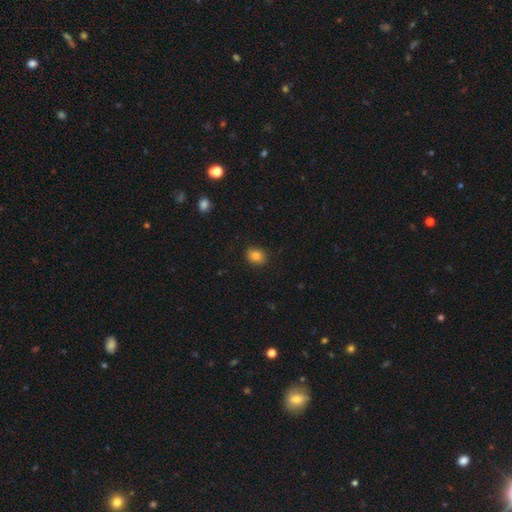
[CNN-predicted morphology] Smooth or featured? Predicted: smooth (p=0.83). How rounded? Predicted: round (p=0.61). Merging? Predicted: none (p=0.86).